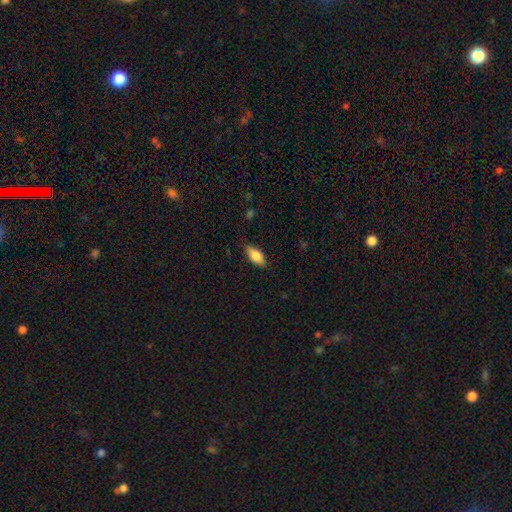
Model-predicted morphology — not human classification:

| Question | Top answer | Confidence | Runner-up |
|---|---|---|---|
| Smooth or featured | smooth | 83% | featured or disk (10%) |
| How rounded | in between | 87% | cigar-shaped (11%) |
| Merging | none | 82% | minor disturbance (15%) |